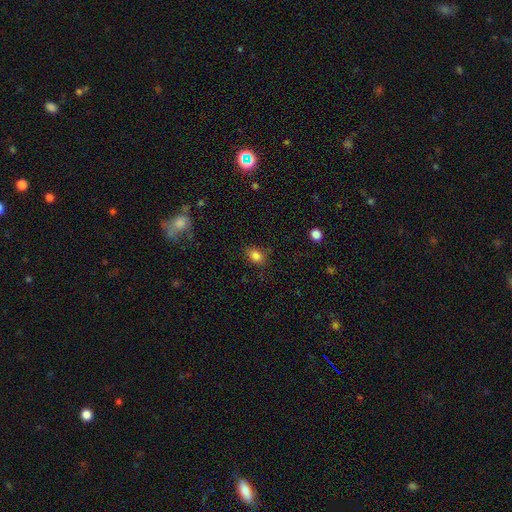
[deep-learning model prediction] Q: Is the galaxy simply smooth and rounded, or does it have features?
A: smooth — 84%.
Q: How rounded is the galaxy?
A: in between — 70%.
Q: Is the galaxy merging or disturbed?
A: none — 79%.